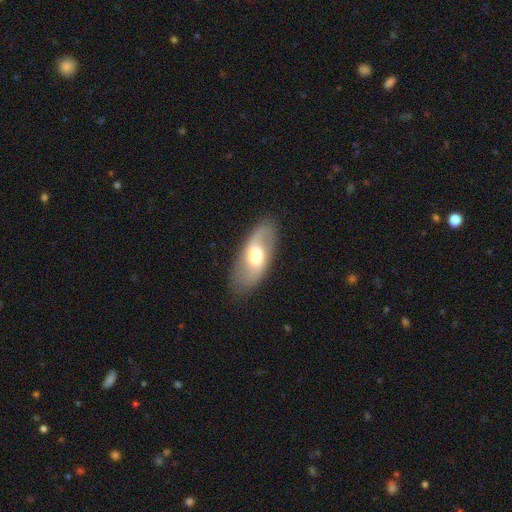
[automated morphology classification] smooth_or_featured: featured or disk (p=0.58) [alt: smooth p=0.36]
disk_edge_on: no (p=0.89) [alt: yes p=0.11]
bar: weak (p=0.45) [alt: no p=0.39]
has_spiral_arms: yes (p=0.77) [alt: no p=0.23]
bulge_size: moderate (p=0.65) [alt: large p=0.19]
merging: none (p=0.81) [alt: minor disturbance p=0.13]